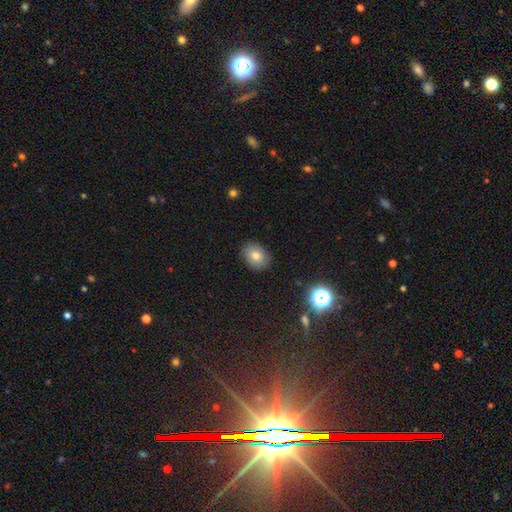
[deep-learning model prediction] smooth-or-featured: smooth: 76% | featured or disk: 13% | star or artifact: 10%
  how-rounded: in between: 65% | round: 34% | cigar-shaped: 1%
  merging: none: 87% | minor disturbance: 10% | major disturbance: 2% | merger: 1%